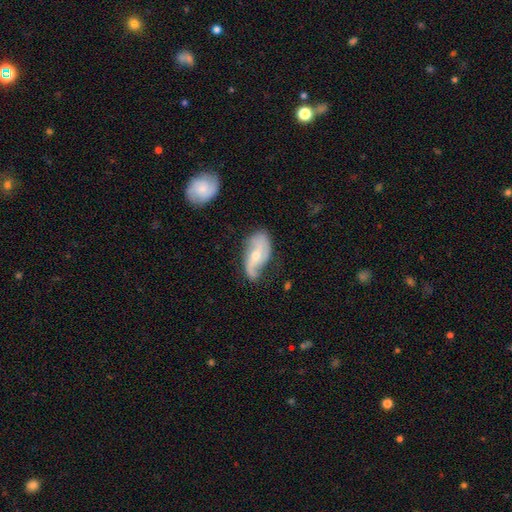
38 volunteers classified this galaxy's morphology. This is likely a featured or disk galaxy (76%). It is clearly not viewed edge-on (97%). Bar: marginally strong (36%). Spiral arm pattern: clearly yes (100%). Spiral arm count: likely 2 (79%). Spiral winding: clearly loose (82%). Central bulge: likely moderate (75%). Merging: likely none (61%).